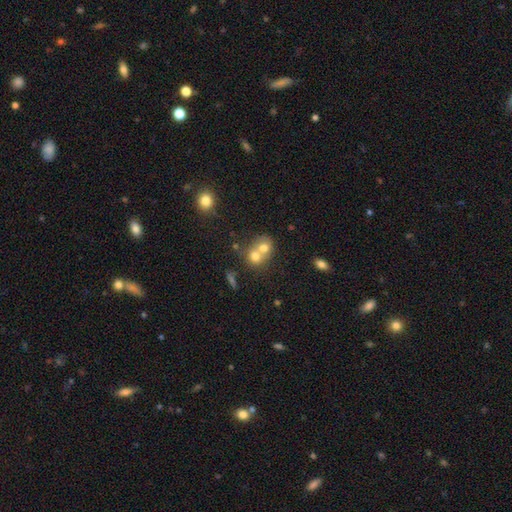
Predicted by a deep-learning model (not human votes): Smooth or featured: smooth — 69% (featured or disk — 21%)
How rounded: round — 69% (in between — 30%)
Merging: merger — 69% (none — 23%)